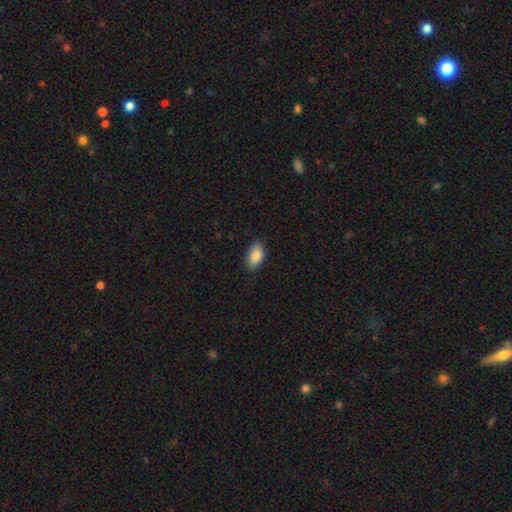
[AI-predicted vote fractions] Smooth or featured? smooth (87%)
How rounded? in between (92%)
Merging? none (84%)